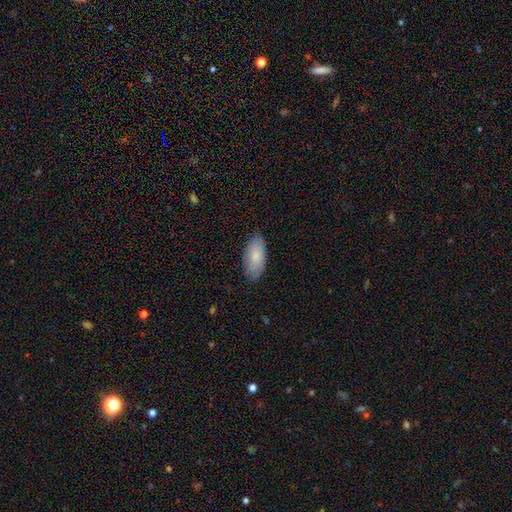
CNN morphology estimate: A smooth galaxy with no disk features (81%) that is in between round and cigar-shaped (92%).

Vote fractions:
- Smooth or featured? smooth: 81% / featured or disk: 13% / star or artifact: 6%
- How rounded? in between: 92% / cigar-shaped: 6% / round: 2%
- Merging? none: 82% / minor disturbance: 14% / major disturbance: 3% / merger: 1%